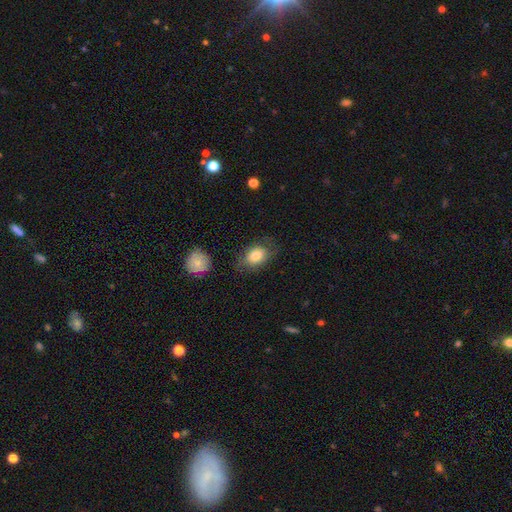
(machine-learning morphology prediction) This appears to be a smooth galaxy with no disk features (80%) that is in between round and cigar-shaped (75%). Merging: none (68%).